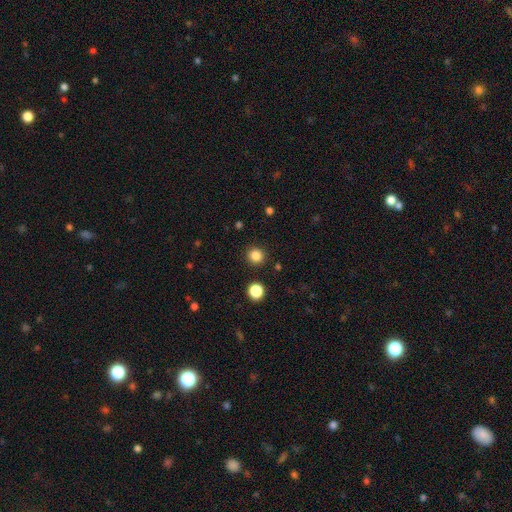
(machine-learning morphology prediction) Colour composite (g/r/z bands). It shows a smooth galaxy with no disk features (84%) that is round (93%). Merging: none (91%).